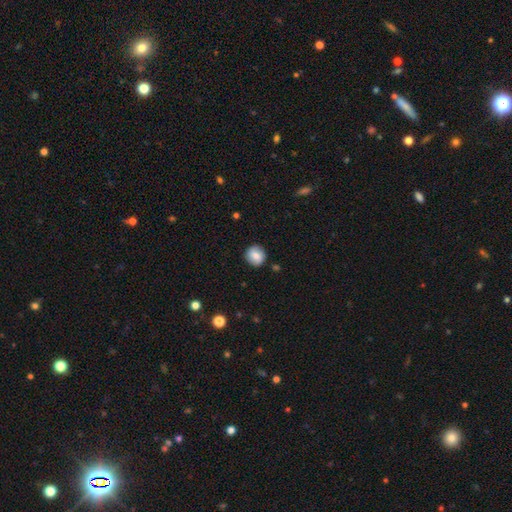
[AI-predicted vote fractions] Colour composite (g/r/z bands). It shows a smooth galaxy with no disk features (81%) that is round (89%). Merging: none (89%).